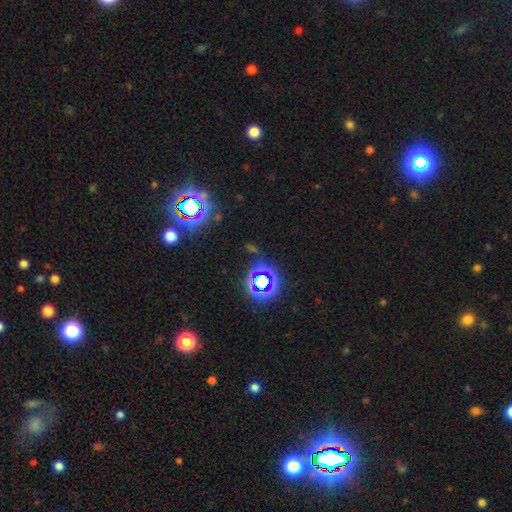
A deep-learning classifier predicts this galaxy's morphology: This is likely a star or artifact rather than a galaxy (70%).